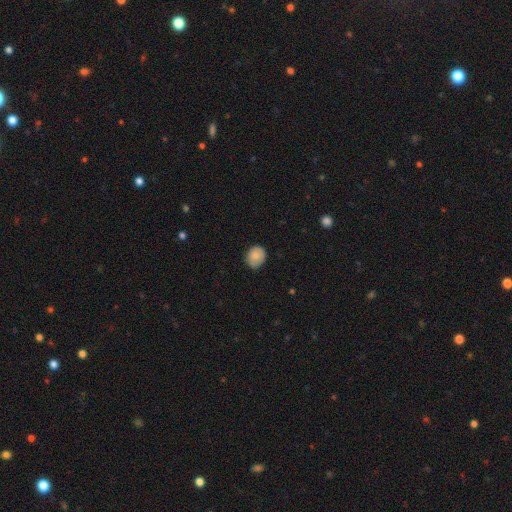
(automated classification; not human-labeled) smooth-or-featured: smooth: 81% | featured or disk: 11% | star or artifact: 7%
  how-rounded: round: 67% | in between: 32% | cigar-shaped: 1%
  merging: none: 80% | minor disturbance: 16% | major disturbance: 3% | merger: 1%